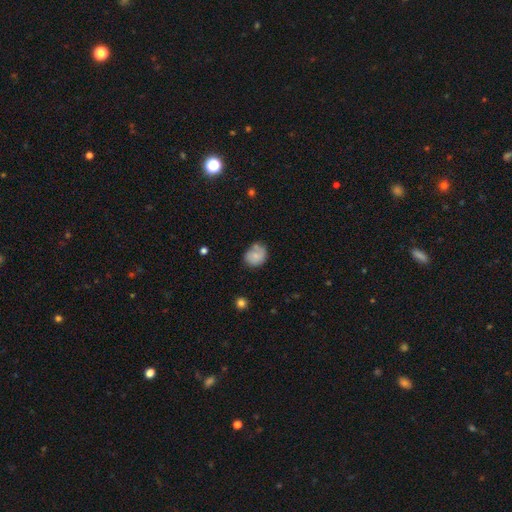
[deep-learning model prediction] A smooth galaxy with no disk features (71%) that is round (62%).

Vote fractions:
- Smooth or featured? smooth: 71% / featured or disk: 20% / star or artifact: 8%
- How rounded? round: 62% / in between: 37% / cigar-shaped: 1%
- Merging? none: 52% / minor disturbance: 30% / major disturbance: 10% / merger: 8%